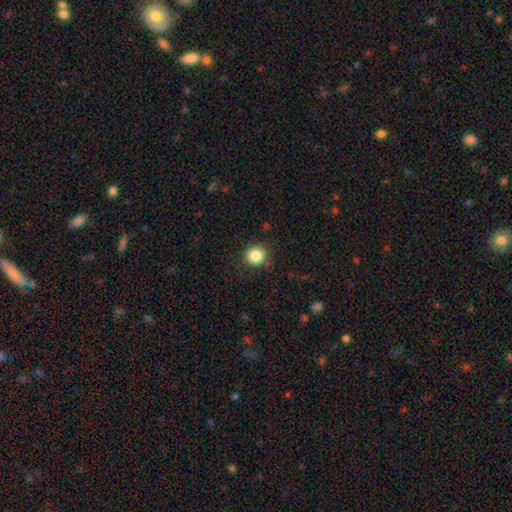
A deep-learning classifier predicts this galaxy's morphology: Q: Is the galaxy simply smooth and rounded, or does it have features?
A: smooth — 84%.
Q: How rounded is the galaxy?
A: round — 89%.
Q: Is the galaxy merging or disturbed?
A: none — 86%.